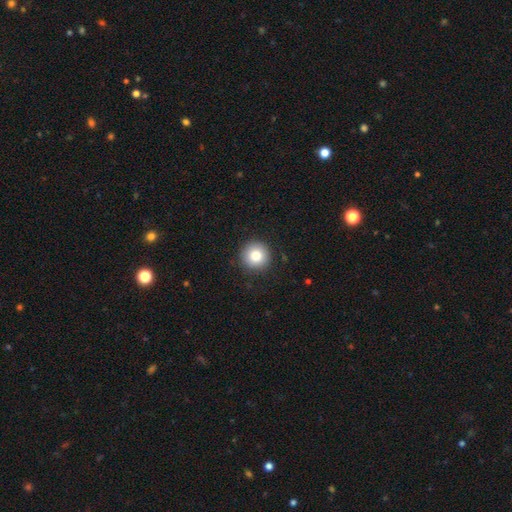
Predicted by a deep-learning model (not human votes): Q: Smooth or featured?
A: smooth (83%); runner-up: star or artifact (9%)
Q: How rounded?
A: round (95%); runner-up: in between (4%)
Q: Merging?
A: none (91%); runner-up: minor disturbance (6%)